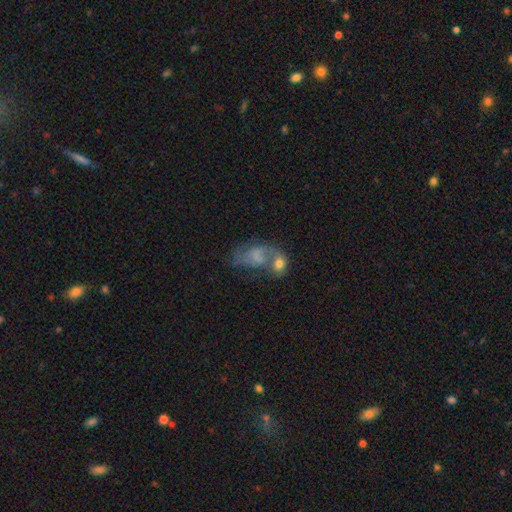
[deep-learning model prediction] smooth 50%, featured or disk 39%, star or artifact 11%. Down the decision tree: how rounded — in between (82%); merging — merger (54%).